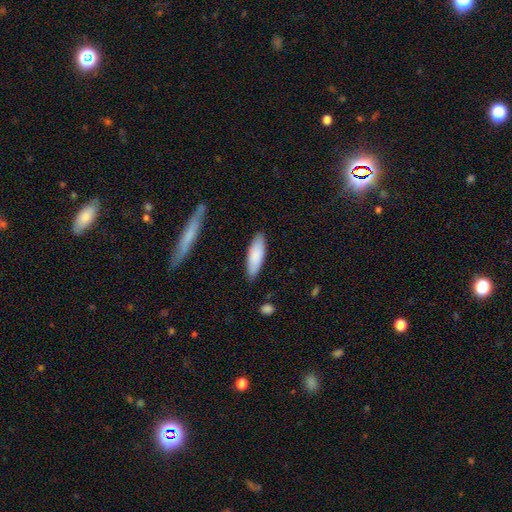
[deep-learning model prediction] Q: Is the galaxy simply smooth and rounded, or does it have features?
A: smooth — 85%.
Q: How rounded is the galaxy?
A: in between — 57%.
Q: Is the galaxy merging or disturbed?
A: none — 85%.